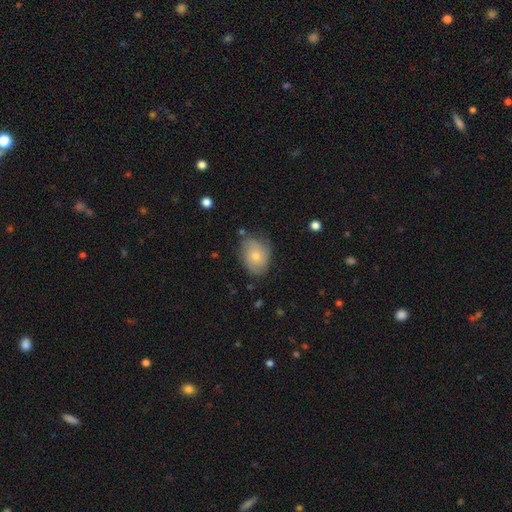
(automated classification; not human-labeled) Q: Smooth or featured?
A: smooth (60%); runner-up: featured or disk (33%)
Q: How rounded?
A: in between (70%); runner-up: round (28%)
Q: Merging?
A: none (66%); runner-up: minor disturbance (25%)